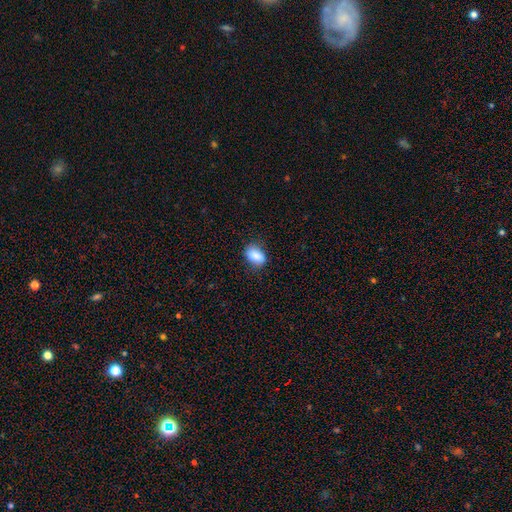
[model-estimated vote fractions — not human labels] Smooth or featured?
  - smooth: 86% *
  - star or artifact: 8%
  - featured or disk: 6%
How rounded?
  - in between: 85% *
  - round: 13%
  - cigar-shaped: 2%
Merging?
  - none: 78% *
  - minor disturbance: 17%
  - major disturbance: 4%
  - merger: 1%